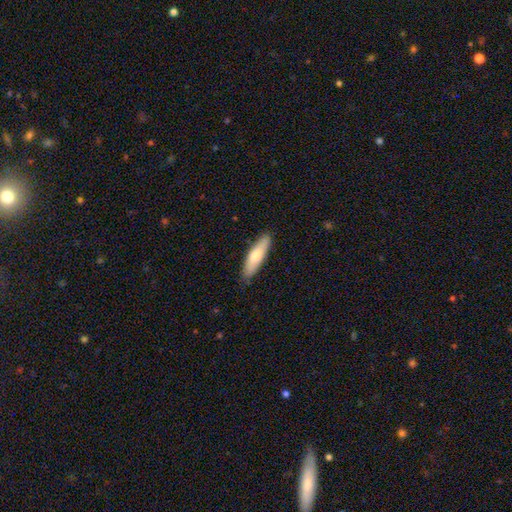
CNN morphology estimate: Q: Smooth or featured?
A: smooth (70%); runner-up: featured or disk (25%)
Q: How rounded?
A: cigar-shaped (66%); runner-up: in between (32%)
Q: Merging?
A: none (85%); runner-up: minor disturbance (12%)